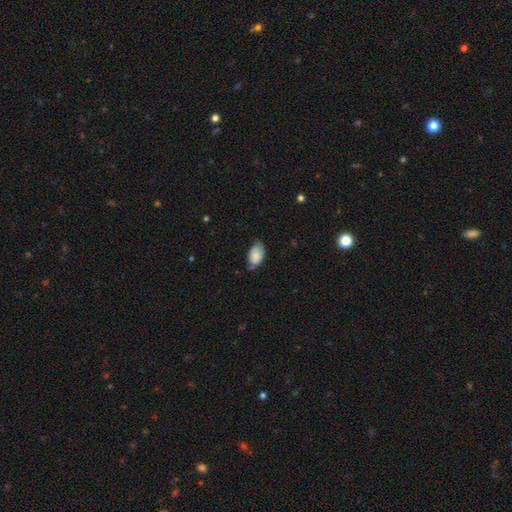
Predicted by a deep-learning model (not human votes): Overall: smooth (84%). How rounded: in between (91%). Merging: none (52%; minor disturbance 37%).